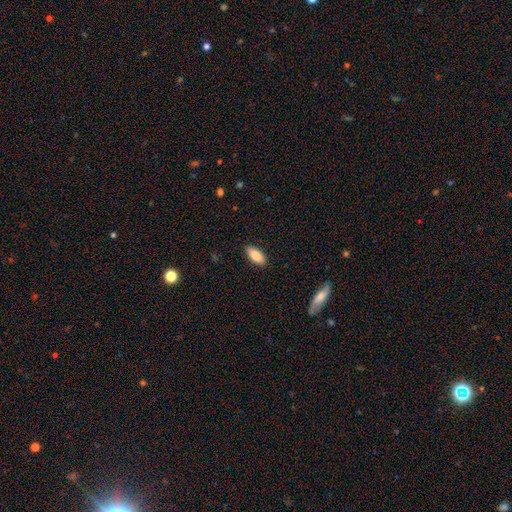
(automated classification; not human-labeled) smooth-or-featured: smooth: 85% | featured or disk: 8% | star or artifact: 6%
  how-rounded: in between: 85% | cigar-shaped: 13% | round: 2%
  merging: none: 88% | minor disturbance: 9% | major disturbance: 2% | merger: 1%